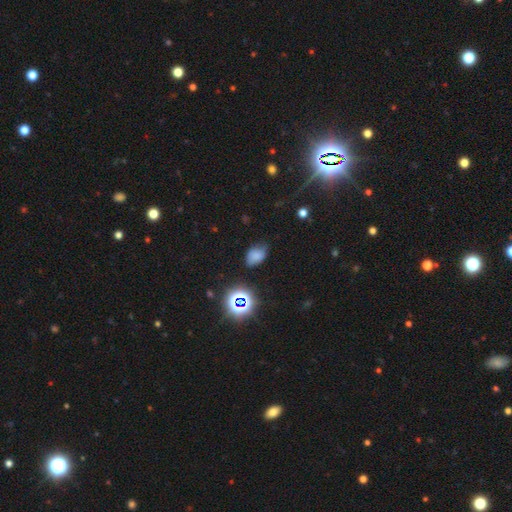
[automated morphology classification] Smooth or featured: smooth — 70% (star or artifact — 20%)
How rounded: in between — 77% (round — 22%)
Merging: none — 61% (minor disturbance — 29%)